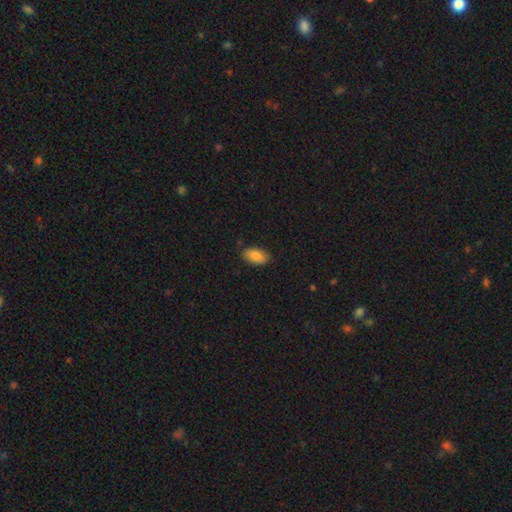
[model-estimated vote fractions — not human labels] Smooth or featured? Predicted: smooth (p=0.86). How rounded? Predicted: in between (p=0.93). Merging? Predicted: none (p=0.84).